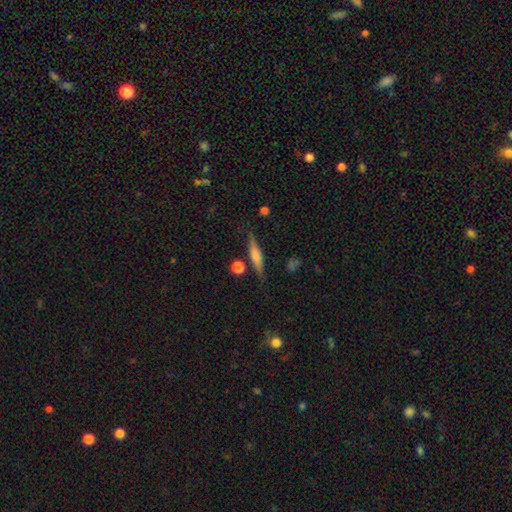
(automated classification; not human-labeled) Morphology: type=smooth (50%); roundness=cigar-shaped (82%); merging=none (80%).